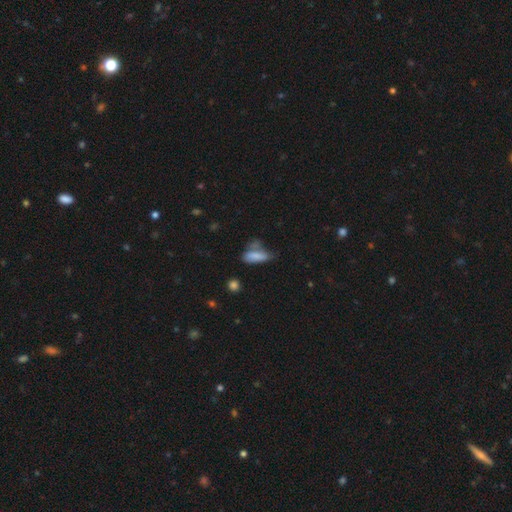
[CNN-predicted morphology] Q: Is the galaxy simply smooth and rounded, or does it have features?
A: smooth — 76%.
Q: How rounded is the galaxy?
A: in between — 68%.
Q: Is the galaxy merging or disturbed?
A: none — 36%.